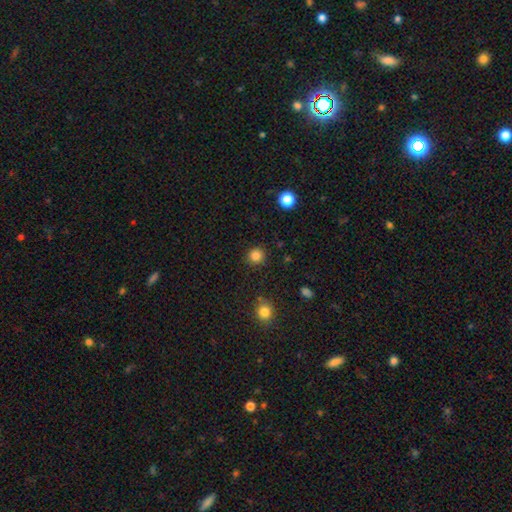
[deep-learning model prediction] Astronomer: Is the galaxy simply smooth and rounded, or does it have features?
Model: smooth — 85%.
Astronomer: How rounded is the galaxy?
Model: round — 93%.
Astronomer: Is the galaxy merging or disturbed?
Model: none — 90%.